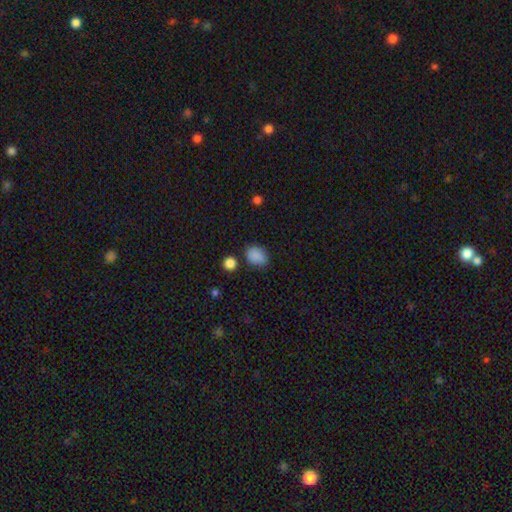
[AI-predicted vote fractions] Smooth or featured?
  - smooth: 85% *
  - star or artifact: 10%
  - featured or disk: 4%
How rounded?
  - in between: 59% *
  - round: 40%
  - cigar-shaped: 1%
Merging?
  - none: 72% *
  - minor disturbance: 19%
  - merger: 5%
  - major disturbance: 4%